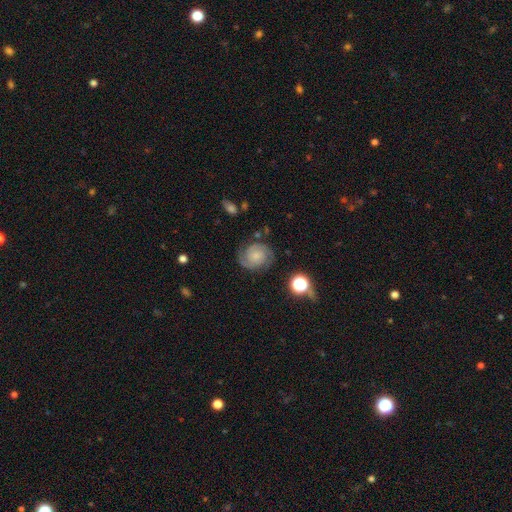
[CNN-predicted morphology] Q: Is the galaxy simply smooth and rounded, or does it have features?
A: featured or disk — 80%.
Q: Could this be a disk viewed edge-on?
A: no — 98%.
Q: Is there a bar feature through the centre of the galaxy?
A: no — 68%.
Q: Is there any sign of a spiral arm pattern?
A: yes — 97%.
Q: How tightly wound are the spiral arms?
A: tight — 55%.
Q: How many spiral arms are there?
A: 2 — 88%.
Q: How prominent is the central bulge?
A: small — 55%.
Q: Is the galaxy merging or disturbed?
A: none — 79%.